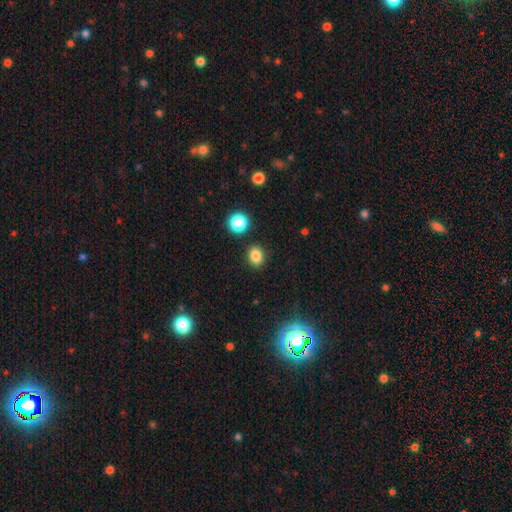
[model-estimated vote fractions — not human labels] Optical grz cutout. It shows a smooth galaxy with no disk features (83%) that is round (55%). Merging: none (87%).